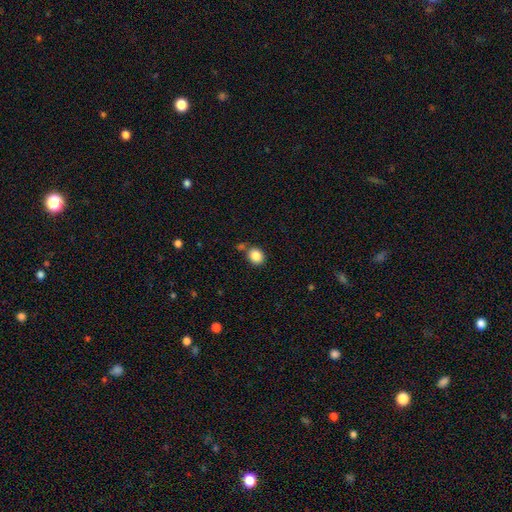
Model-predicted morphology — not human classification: Overall: smooth (86%). How rounded: round (65%; in between 34%). Merging: none (73%).